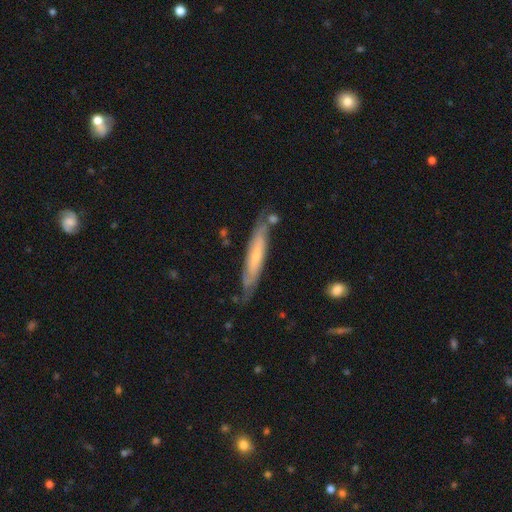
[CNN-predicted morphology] type=featured or disk (58%); edge-on=yes (61%); merging=none (71%).